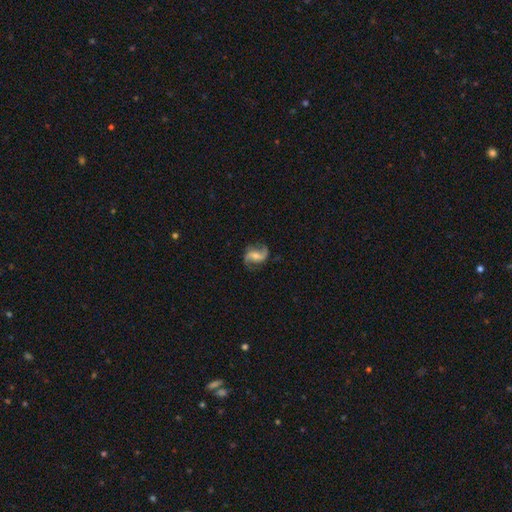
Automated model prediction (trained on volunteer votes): Smooth or featured? Predicted: featured or disk (p=0.86). Edge-on disk? Predicted: no (p=0.98). Bar? Predicted: weak (p=0.43). Spiral arms? Predicted: yes (p=0.97). Spiral winding? Predicted: loose (p=0.60). Spiral arm count? Predicted: 2 (p=0.93). Bulge size? Predicted: small (p=0.46). Merging? Predicted: none (p=0.80).